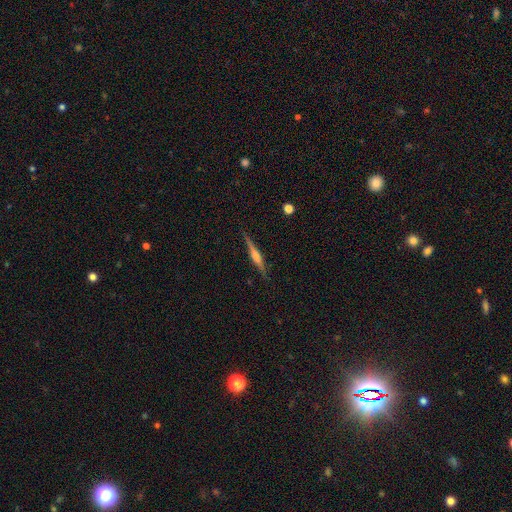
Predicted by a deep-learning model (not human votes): Overall: featured or disk (74%). Edge-on disk: yes (98%). Edge-on bulge: rounded (78%). Merging: none (89%).